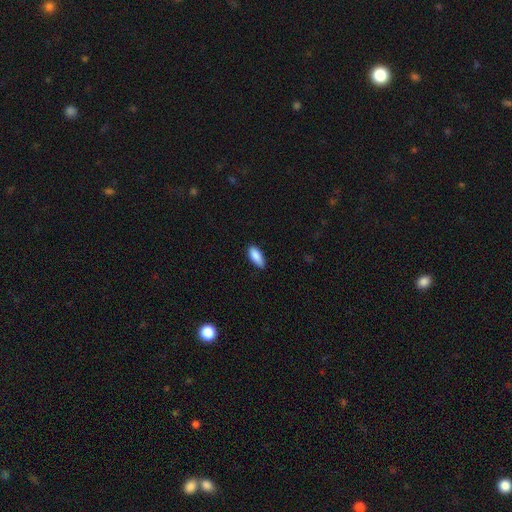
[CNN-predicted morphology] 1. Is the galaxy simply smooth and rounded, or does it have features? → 88% smooth, 7% star or artifact, 5% featured or disk.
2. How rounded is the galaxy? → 84% in between, 14% cigar-shaped, 2% round.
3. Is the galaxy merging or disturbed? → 76% none, 20% minor disturbance, 3% major disturbance, 1% merger.